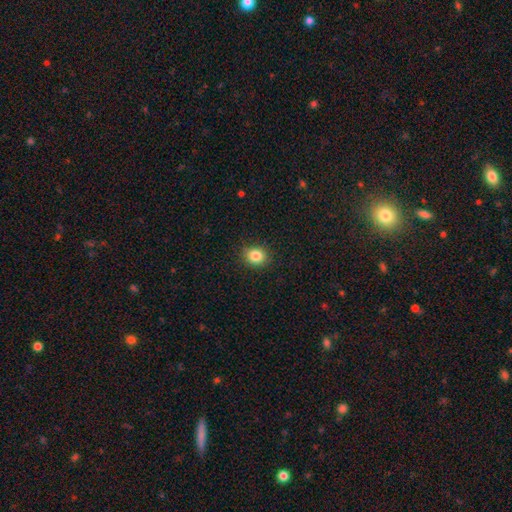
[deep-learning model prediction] Overall: smooth (84%). How rounded: round (68%; in between 31%). Merging: none (88%).